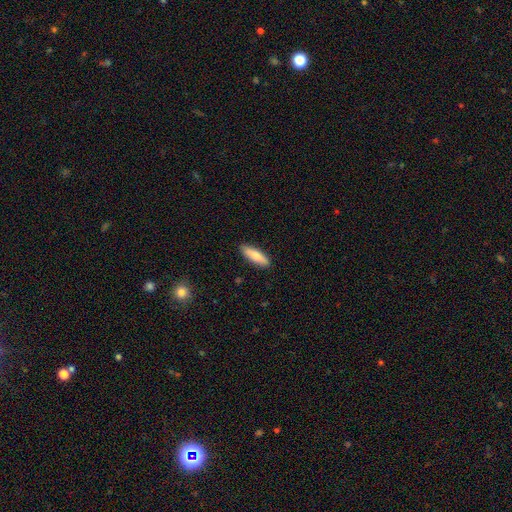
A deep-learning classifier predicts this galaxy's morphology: Overall: smooth (76%). How rounded: cigar-shaped (53%; in between 45%). Merging: none (90%).